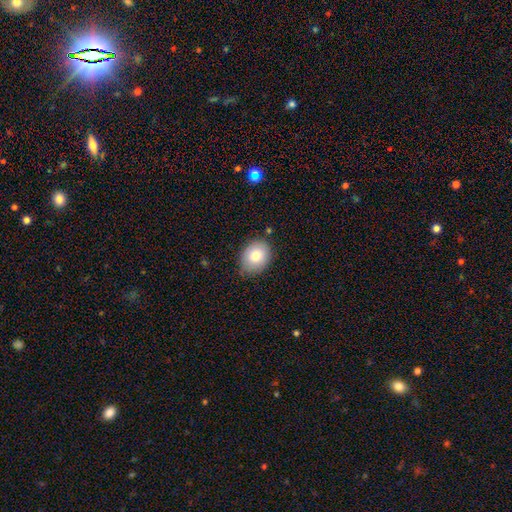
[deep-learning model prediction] smooth 82%, featured or disk 10%, star or artifact 8%. Down the decision tree: how rounded — in between (55%); merging — none (77%).